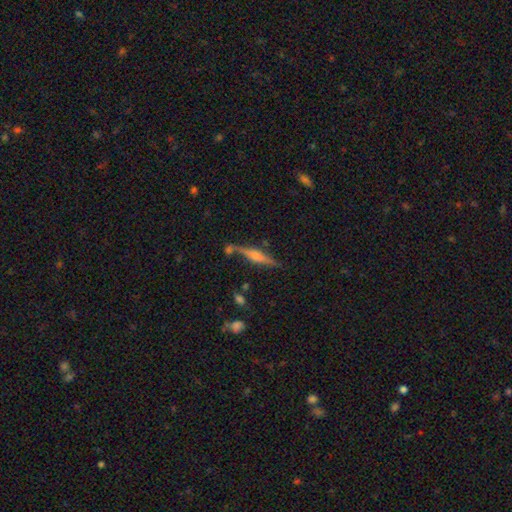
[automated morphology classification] smooth-or-featured: featured or disk: 69% | smooth: 24% | star or artifact: 8%
  disk-edge-on: yes: 96% | no: 4%
    edge-on-bulge: rounded: 73% | boxy: 18% | none: 9%
  merging: none: 75% | minor disturbance: 14% | merger: 8% | major disturbance: 4%